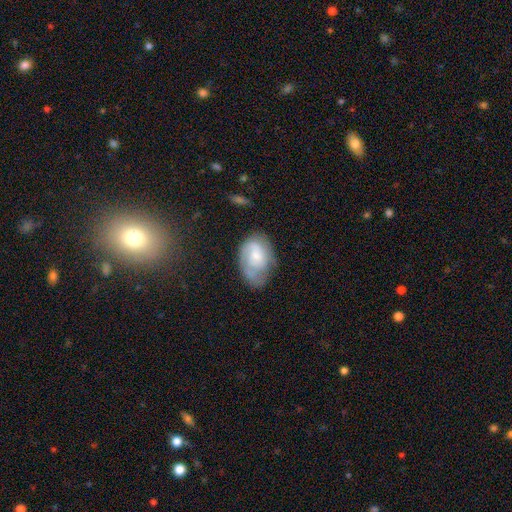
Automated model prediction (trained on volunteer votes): Smooth or featured: featured or disk — 52% (smooth — 40%)
Edge-on disk: no — 97% (yes — 3%)
Bar: no — 61% (weak — 34%)
Spiral arms: yes — 82% (no — 18%)
Bulge size: small — 46% (moderate — 35%)
Merging: none — 47% (minor disturbance — 32%)